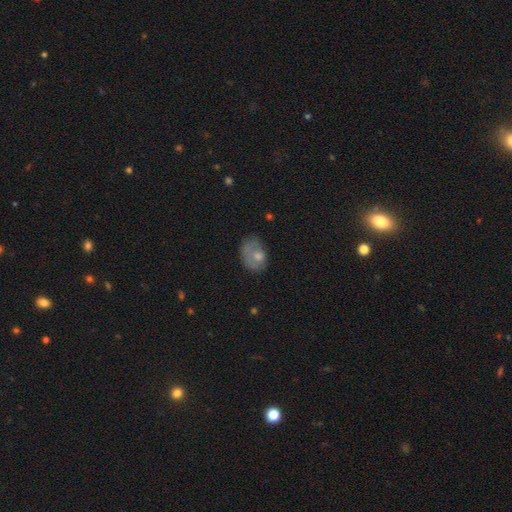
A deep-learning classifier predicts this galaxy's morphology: This is likely a smooth galaxy (61%). How rounded: likely in between (75%). Merging: possibly none (46%).